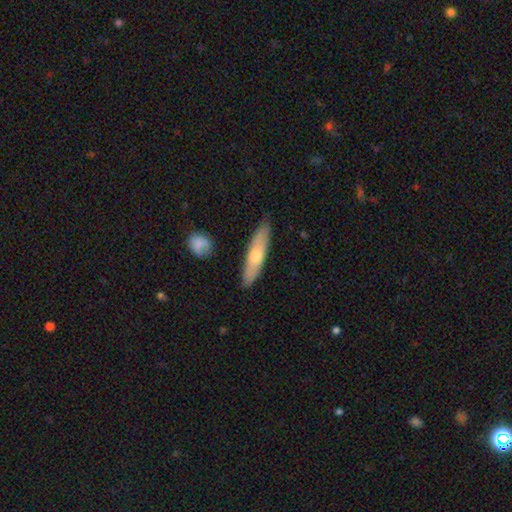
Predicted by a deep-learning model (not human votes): Q: Smooth or featured?
A: smooth (55%); runner-up: featured or disk (39%)
Q: How rounded?
A: cigar-shaped (75%); runner-up: in between (23%)
Q: Merging?
A: none (85%); runner-up: minor disturbance (11%)